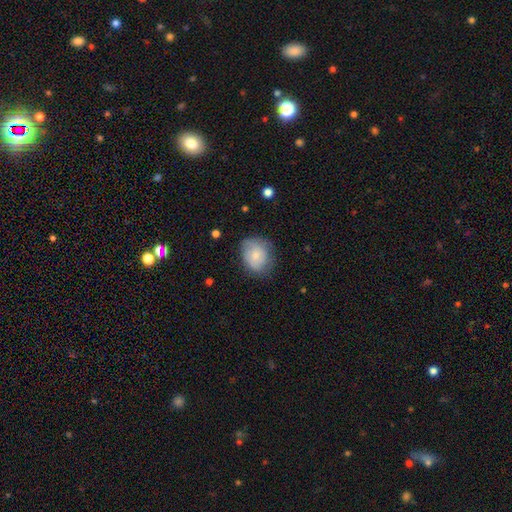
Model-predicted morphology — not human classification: smooth_or_featured: smooth (p=0.73) [alt: featured or disk p=0.19]
how_rounded: round (p=0.57) [alt: in between p=0.42]
merging: none (p=0.62) [alt: minor disturbance p=0.28]